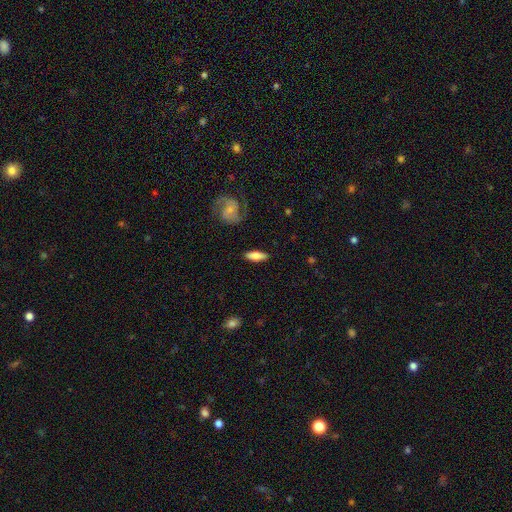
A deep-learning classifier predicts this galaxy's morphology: The model was most divided on "how rounded": in between: 52%, cigar-shaped: 45%, round: 3%. More confident: merging — none (86%); smooth or featured — smooth (64%).